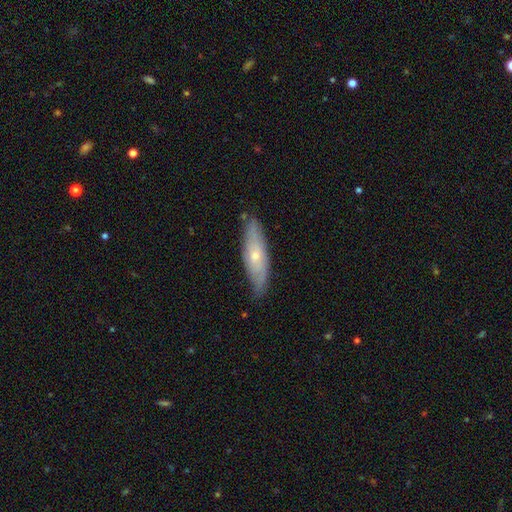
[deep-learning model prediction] smooth-or-featured: featured or disk: 52% | smooth: 42% | star or artifact: 6%
  disk-edge-on: no: 58% | yes: 42%
  merging: none: 79% | minor disturbance: 17% | major disturbance: 3% | merger: 1%